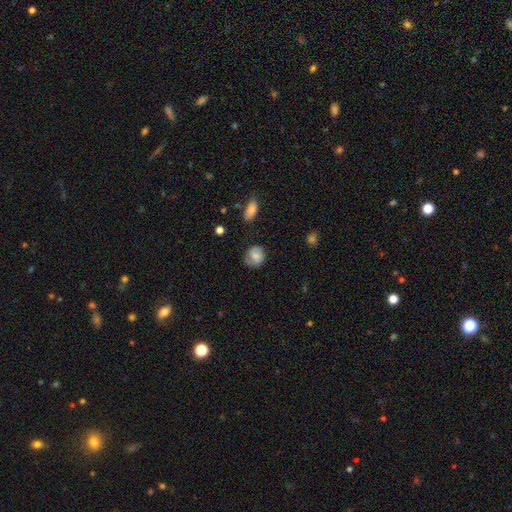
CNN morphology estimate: Q: Smooth or featured?
A: smooth (72%); runner-up: featured or disk (20%)
Q: How rounded?
A: round (74%); runner-up: in between (25%)
Q: Merging?
A: none (69%); runner-up: minor disturbance (23%)